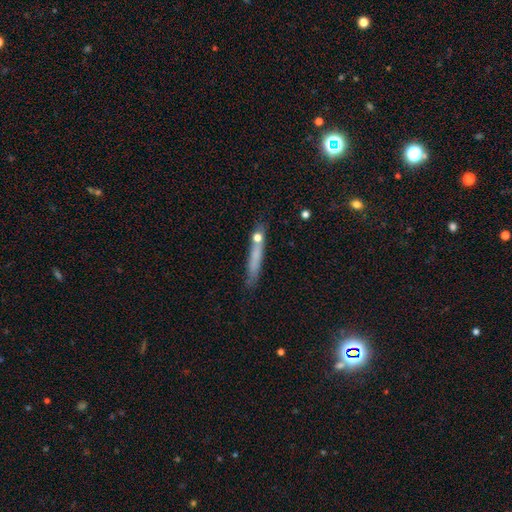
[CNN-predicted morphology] A smooth galaxy with no disk features (61%) that is cigar-shaped (92%).

Vote fractions:
- Smooth or featured? smooth: 61% / featured or disk: 28% / star or artifact: 10%
- How rounded? cigar-shaped: 92% / in between: 5% / round: 3%
- Merging? none: 72% / minor disturbance: 16% / merger: 8% / major disturbance: 4%